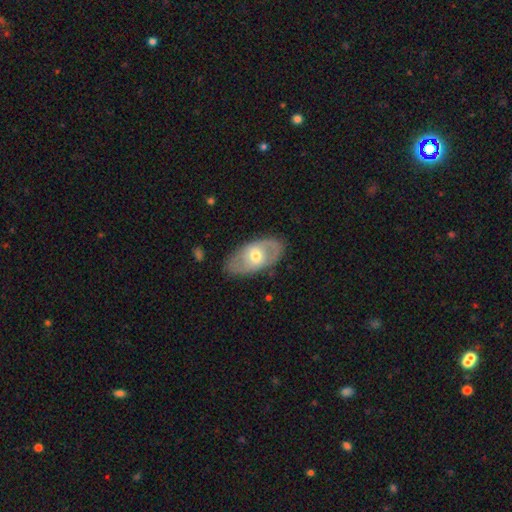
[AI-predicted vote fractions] This is possibly a featured or disk galaxy (58%). It is clearly not viewed edge-on (88%). Bar: likely no (60%). Spiral arm pattern: possibly no (58%). Central bulge: likely moderate (69%). Merging: clearly none (80%).